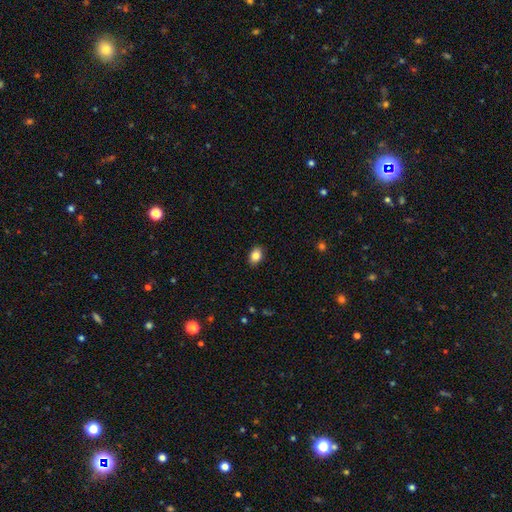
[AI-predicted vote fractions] Smooth or featured: smooth — 85% (star or artifact — 9%)
How rounded: in between — 78% (round — 21%)
Merging: none — 88% (minor disturbance — 9%)